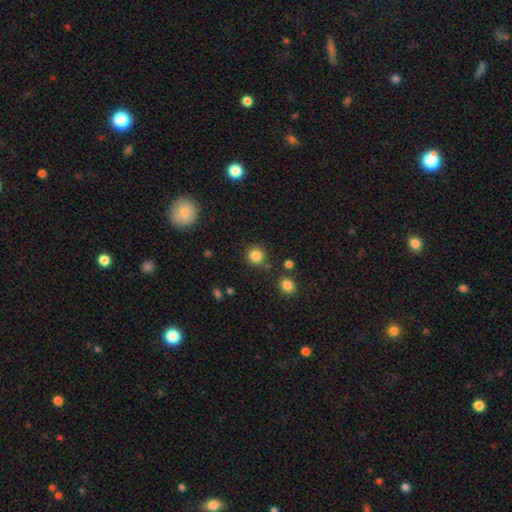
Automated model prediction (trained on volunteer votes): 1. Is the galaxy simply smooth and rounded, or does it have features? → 84% smooth, 11% star or artifact, 5% featured or disk.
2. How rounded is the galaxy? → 91% round, 8% in between, 1% cigar-shaped.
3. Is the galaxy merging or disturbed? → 83% none, 9% minor disturbance, 4% merger, 3% major disturbance.